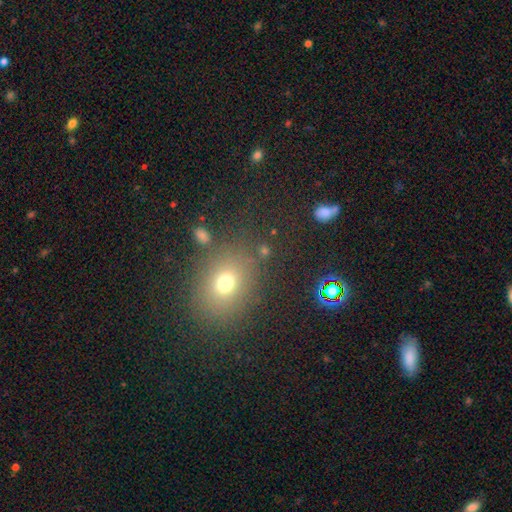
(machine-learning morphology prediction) The model was most divided on "how rounded": round: 56%, in between: 43%, cigar-shaped: 1%. More confident: merging — none (82%); smooth or featured — smooth (64%).